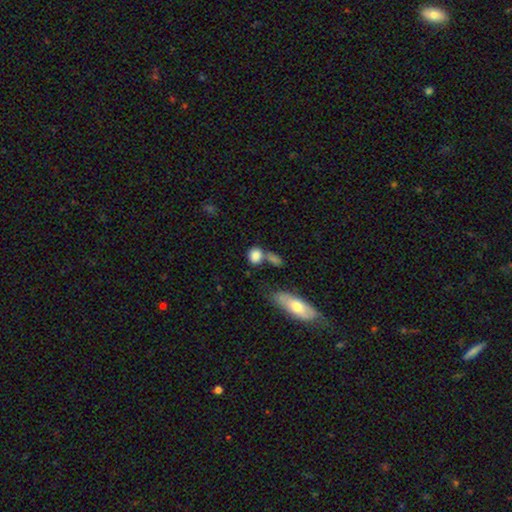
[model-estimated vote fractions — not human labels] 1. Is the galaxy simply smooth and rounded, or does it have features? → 84% smooth, 8% star or artifact, 7% featured or disk.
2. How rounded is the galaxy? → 54% round, 43% in between, 3% cigar-shaped.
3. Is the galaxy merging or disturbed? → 49% none, 29% merger, 15% minor disturbance, 7% major disturbance.